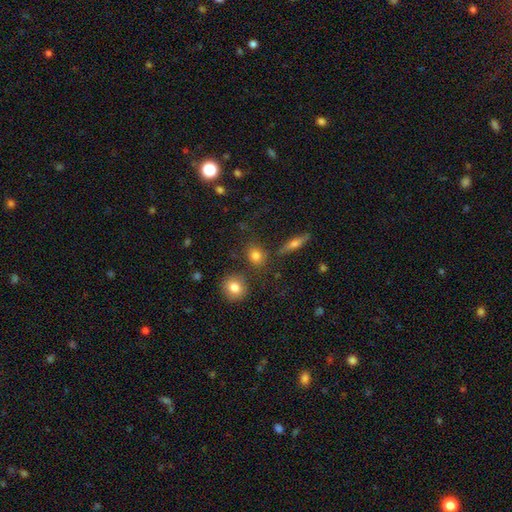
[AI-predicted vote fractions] Smooth or featured?
  - smooth: 80% *
  - star or artifact: 11%
  - featured or disk: 9%
How rounded?
  - round: 61% *
  - in between: 36%
  - cigar-shaped: 3%
Merging?
  - none: 78% *
  - minor disturbance: 11%
  - merger: 7%
  - major disturbance: 4%